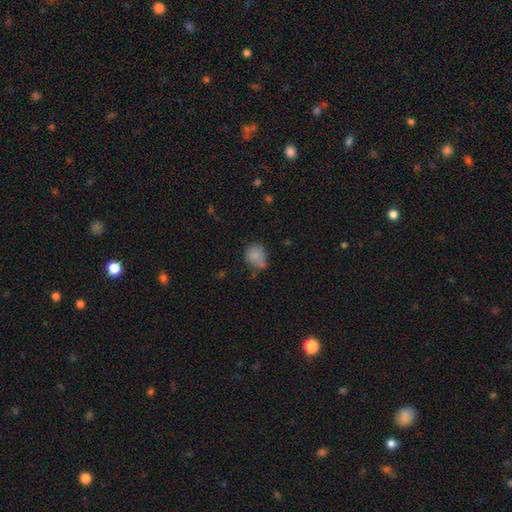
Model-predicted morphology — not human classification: The model was most divided on "merging": none: 50%, minor disturbance: 28%, merger: 13%, major disturbance: 9%. More confident: smooth or featured — smooth (80%); how rounded — round (66%).